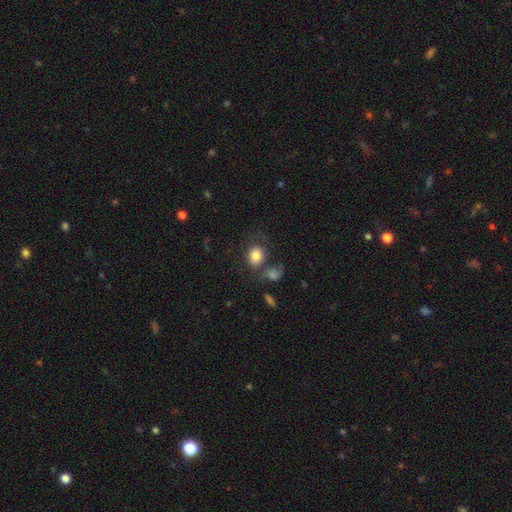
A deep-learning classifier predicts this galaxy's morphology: smooth-or-featured: smooth: 83% | featured or disk: 9% | star or artifact: 8%
  how-rounded: round: 53% | in between: 46% | cigar-shaped: 1%
  merging: none: 57% | merger: 17% | minor disturbance: 16% | major disturbance: 10%